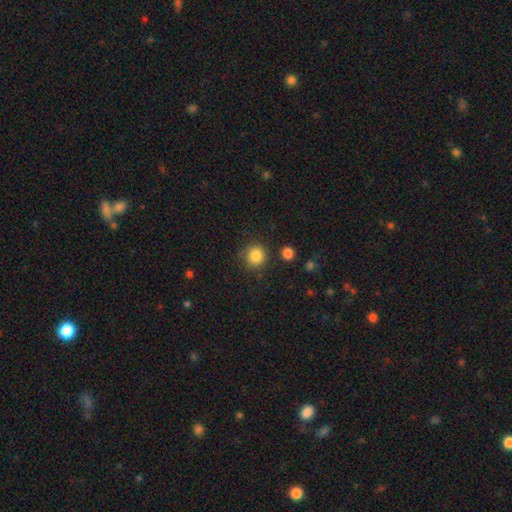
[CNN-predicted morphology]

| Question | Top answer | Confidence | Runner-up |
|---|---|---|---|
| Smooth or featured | smooth | 85% | star or artifact (10%) |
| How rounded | round | 92% | in between (7%) |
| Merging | none | 84% | minor disturbance (9%) |